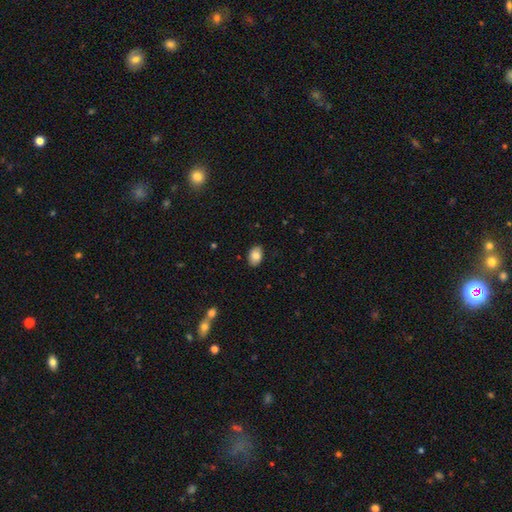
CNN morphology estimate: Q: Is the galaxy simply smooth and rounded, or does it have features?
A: smooth — 84%.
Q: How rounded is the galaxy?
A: in between — 88%.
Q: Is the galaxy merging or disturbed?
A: none — 87%.